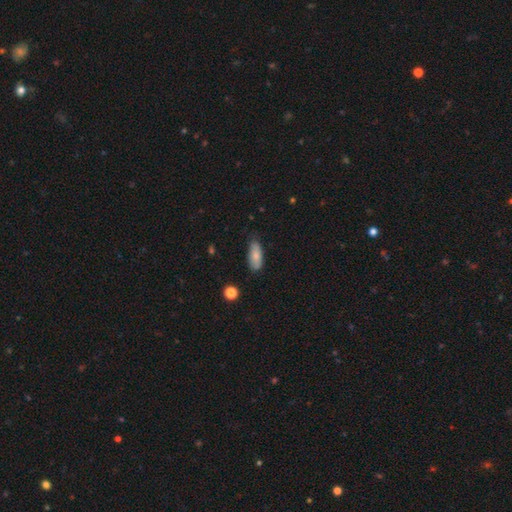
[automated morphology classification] smooth 81%, featured or disk 13%, star or artifact 7%. Down the decision tree: how rounded — in between (82%); merging — none (71%).